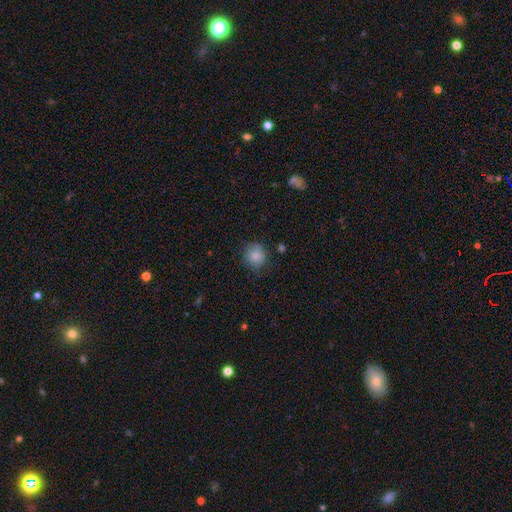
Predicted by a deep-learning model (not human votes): Q: Smooth or featured?
A: smooth (85%); runner-up: star or artifact (9%)
Q: How rounded?
A: round (87%); runner-up: in between (12%)
Q: Merging?
A: none (75%); runner-up: minor disturbance (18%)